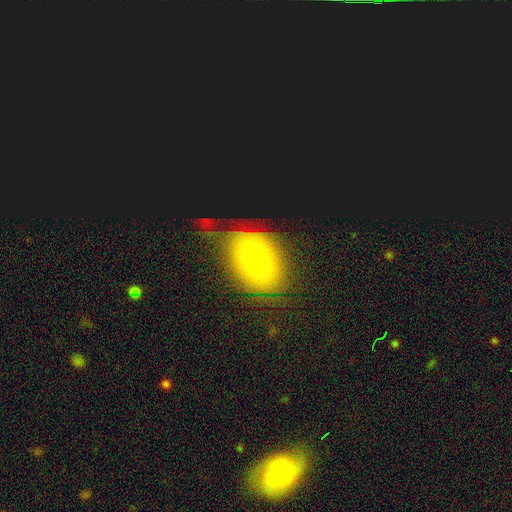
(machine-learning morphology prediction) Smooth or featured?
  - smooth: 61% *
  - featured or disk: 24%
  - star or artifact: 15%
How rounded?
  - in between: 54% *
  - round: 44%
  - cigar-shaped: 2%
Merging?
  - none: 50% *
  - major disturbance: 24%
  - minor disturbance: 23%
  - merger: 3%